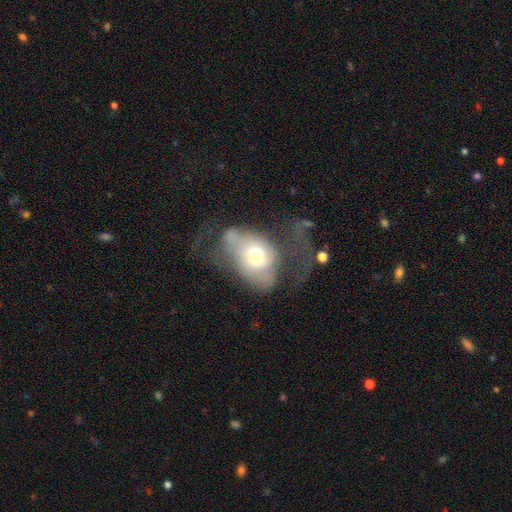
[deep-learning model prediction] smooth 47%, featured or disk 45%, star or artifact 8%. Down the decision tree: merging — major disturbance (59%).